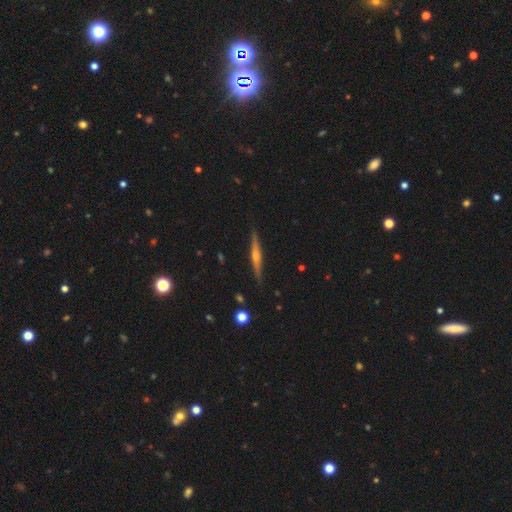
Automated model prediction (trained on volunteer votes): Q: Smooth or featured?
A: featured or disk (75%); runner-up: smooth (19%)
Q: Edge-on disk?
A: yes (98%); runner-up: no (2%)
Q: Edge-on bulge?
A: rounded (84%); runner-up: none (10%)
Q: Merging?
A: none (89%); runner-up: minor disturbance (8%)